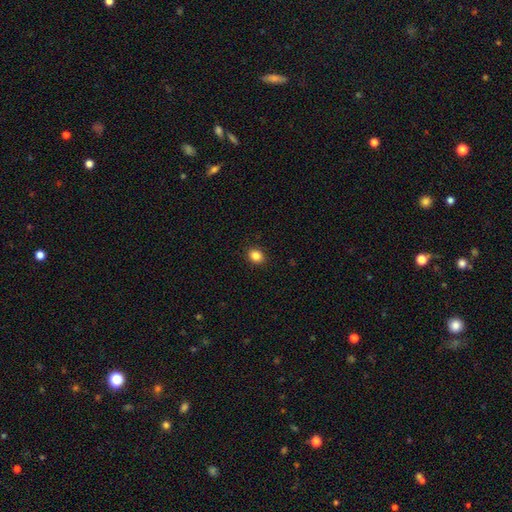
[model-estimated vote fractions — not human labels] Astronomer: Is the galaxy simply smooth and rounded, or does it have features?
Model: smooth — 85%.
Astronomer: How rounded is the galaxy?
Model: round — 57% (runner-up: in between, 42%).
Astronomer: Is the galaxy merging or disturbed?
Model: none — 91%.